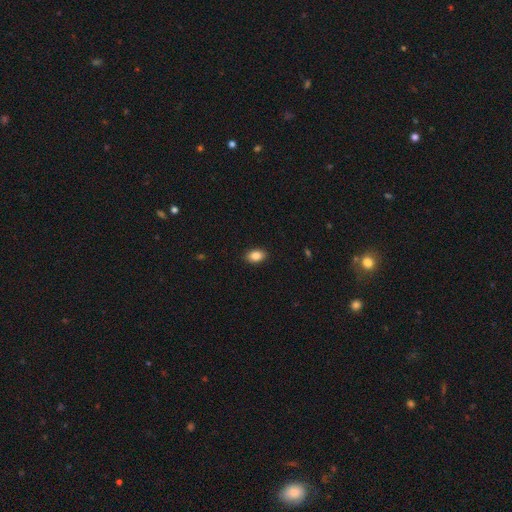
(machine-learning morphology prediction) A smooth galaxy with no disk features (86%) that is in between round and cigar-shaped (88%). Merging: none (90%).